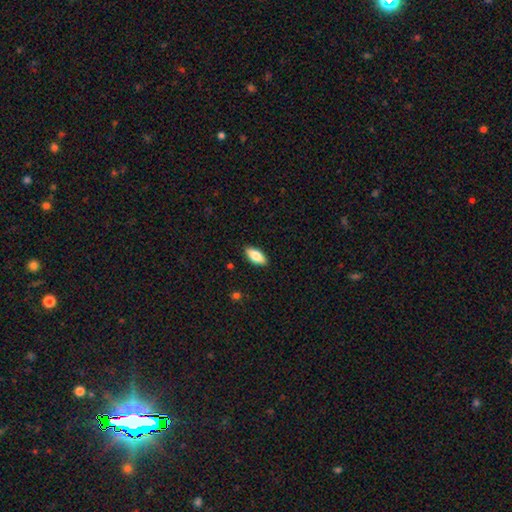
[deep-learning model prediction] smooth 78%, featured or disk 16%, star or artifact 6%. Down the decision tree: how rounded — in between (85%); merging — none (89%).